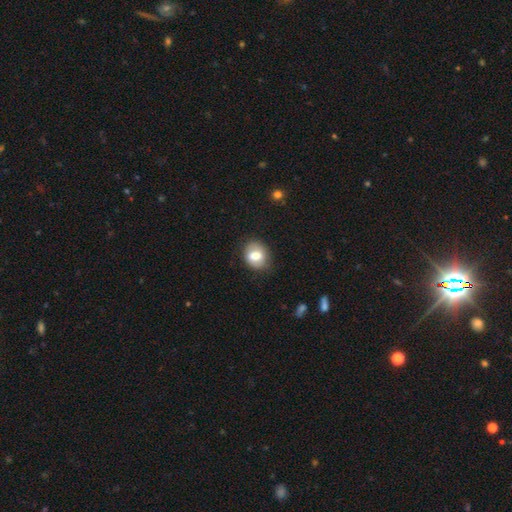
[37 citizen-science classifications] Smooth or featured: smooth — 76% (featured or disk — 19%)
How rounded: round — 57% (in between — 43%)
Merging: none — 63% (minor disturbance — 29%)